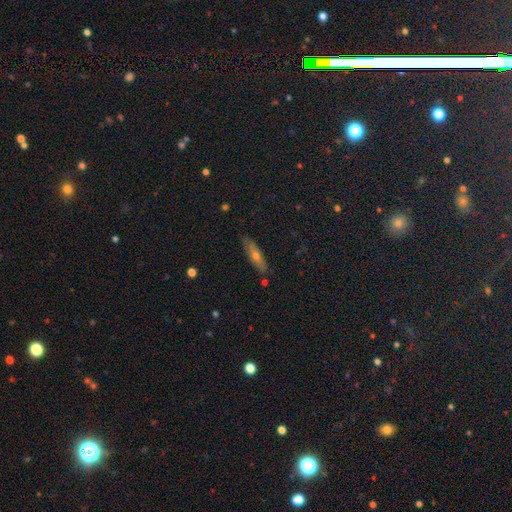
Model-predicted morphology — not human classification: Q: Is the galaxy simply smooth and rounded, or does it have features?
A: smooth — 46%.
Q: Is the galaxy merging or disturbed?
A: none — 85%.